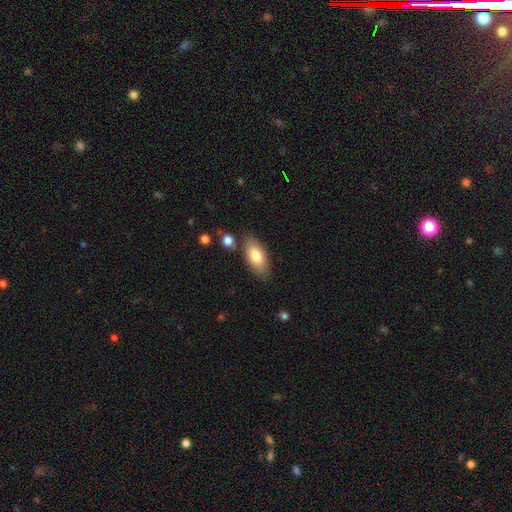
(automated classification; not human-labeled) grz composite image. It shows a smooth galaxy with no disk features (78%) that is in between round and cigar-shaped (87%). Merging: none (80%).